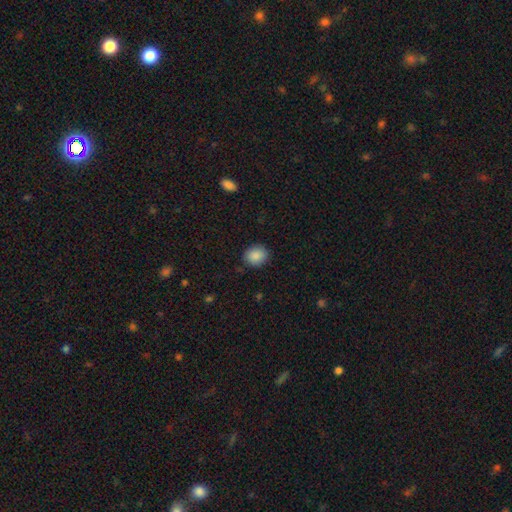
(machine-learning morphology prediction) This is clearly a smooth galaxy (89%). How rounded: likely round (67%). Merging: clearly none (86%).